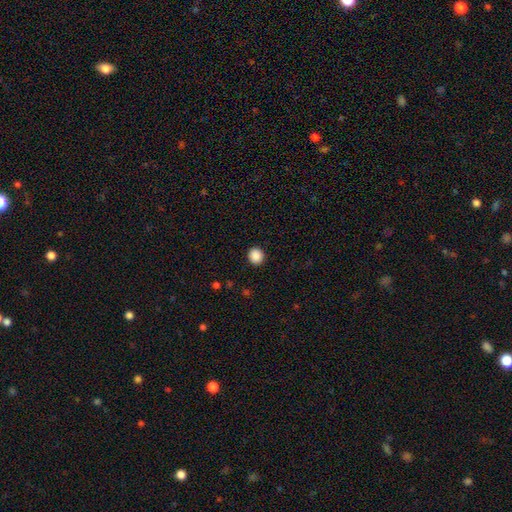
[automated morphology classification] Smooth or featured?
  - smooth: 89% *
  - star or artifact: 9%
  - featured or disk: 2%
How rounded?
  - round: 89% *
  - in between: 10%
  - cigar-shaped: 1%
Merging?
  - none: 92% *
  - minor disturbance: 5%
  - major disturbance: 2%
  - merger: 1%